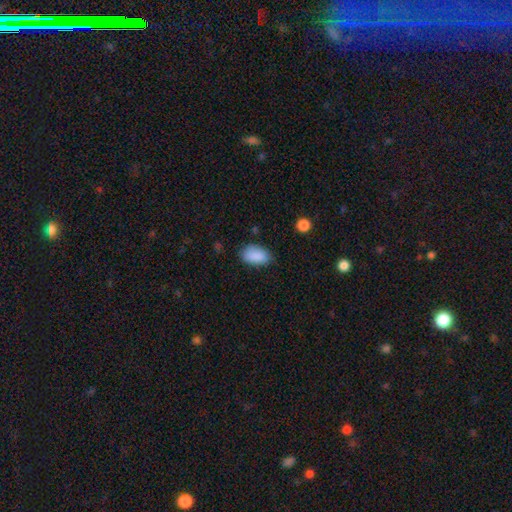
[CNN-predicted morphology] This is clearly a smooth galaxy (88%). How rounded: clearly in between (92%). Merging: likely none (70%).